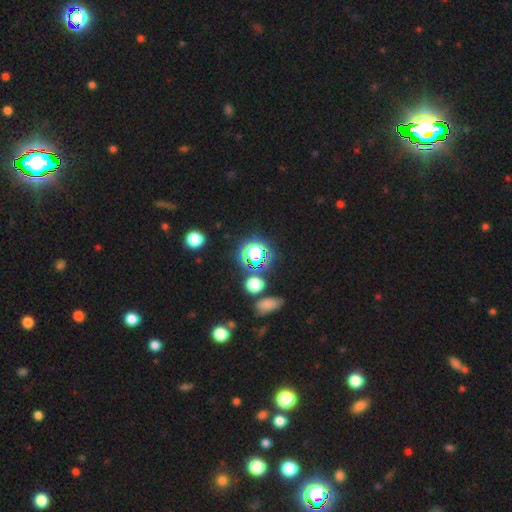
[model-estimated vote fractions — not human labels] Overall: star or artifact (54%; smooth 35%).